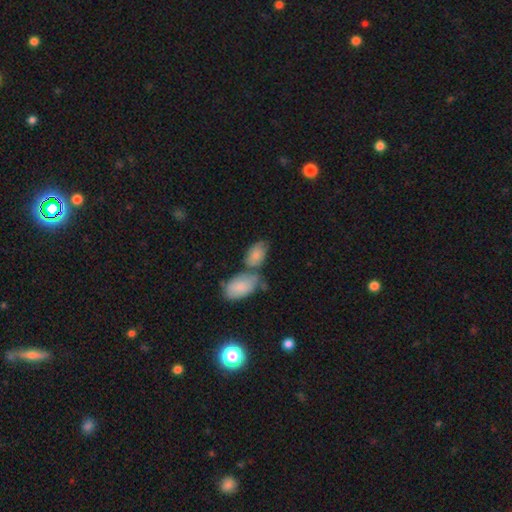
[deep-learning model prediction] Morphology: type=smooth (77%); roundness=in between (92%); merging=merger (40%).